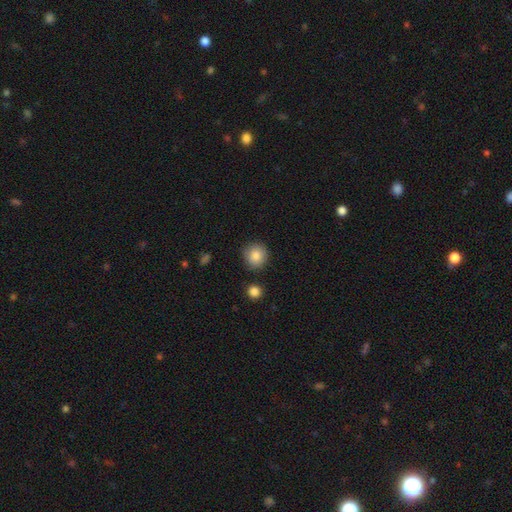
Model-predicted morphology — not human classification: type=smooth (85%); roundness=round (90%); merging=none (86%).